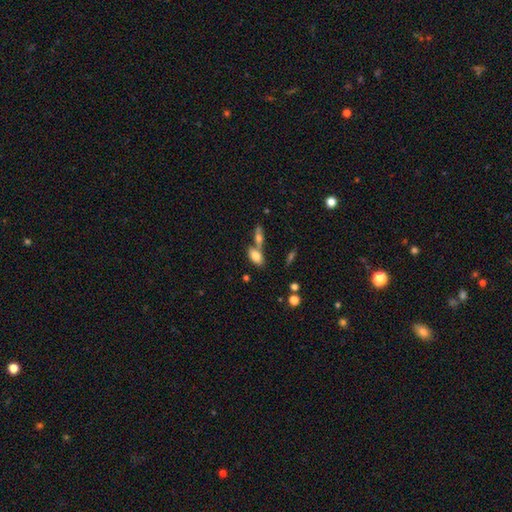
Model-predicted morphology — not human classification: smooth_or_featured: smooth (p=0.78) [alt: featured or disk p=0.13]
how_rounded: in between (p=0.89) [alt: cigar-shaped p=0.07]
merging: none (p=0.47) [alt: merger p=0.39]